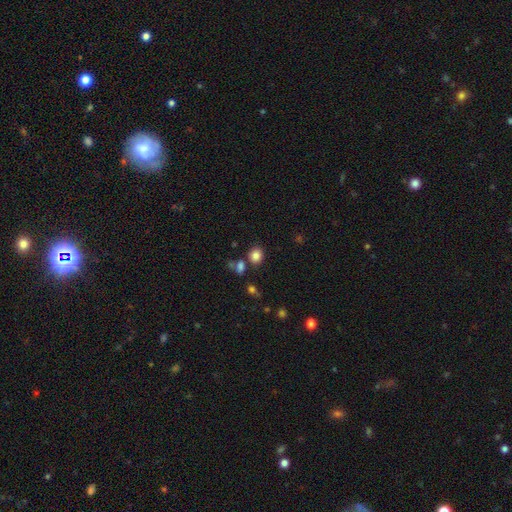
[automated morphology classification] smooth 82%, star or artifact 12%, featured or disk 6%. Down the decision tree: how rounded — round (72%); merging — none (75%).